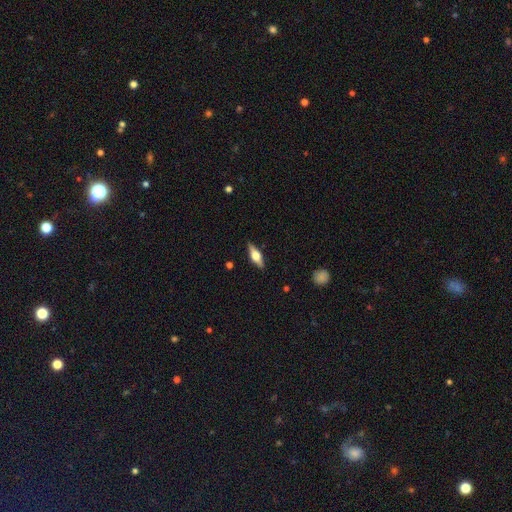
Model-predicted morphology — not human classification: Smooth or featured? Predicted: featured or disk (p=0.58). Edge-on disk? Predicted: yes (p=0.94). Edge-on bulge? Predicted: rounded (p=0.93). Merging? Predicted: none (p=0.88).